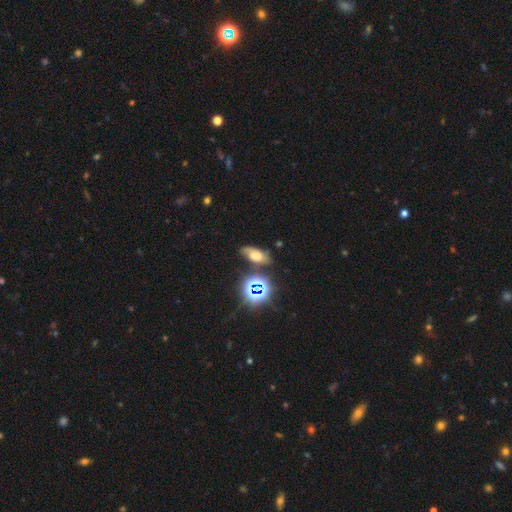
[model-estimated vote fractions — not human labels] Smooth or featured: smooth — 41% (featured or disk — 32%)
Merging: none — 60% (minor disturbance — 23%)